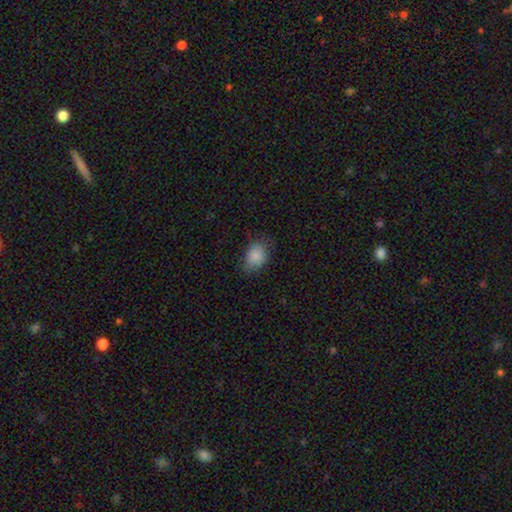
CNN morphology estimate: Overall: smooth (85%). How rounded: in between (73%). Merging: none (70%).